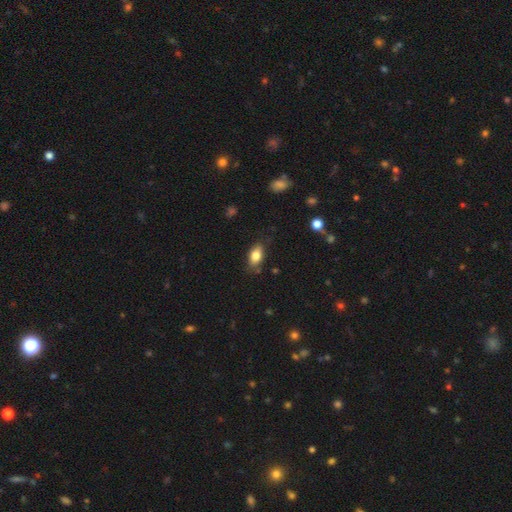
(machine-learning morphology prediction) Smooth or featured?
  - smooth: 82% *
  - featured or disk: 11%
  - star or artifact: 8%
How rounded?
  - in between: 88% *
  - round: 7%
  - cigar-shaped: 5%
Merging?
  - none: 79% *
  - minor disturbance: 16%
  - major disturbance: 3%
  - merger: 2%